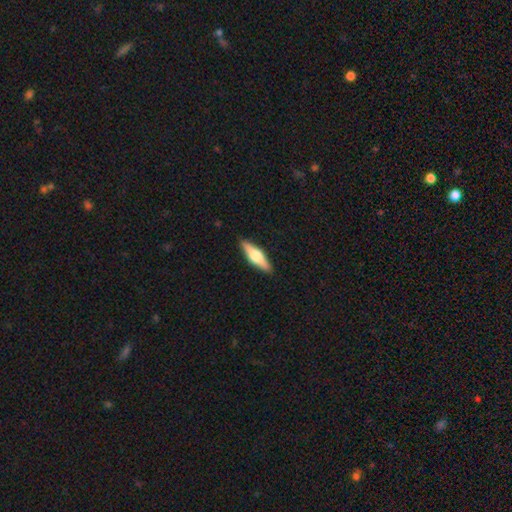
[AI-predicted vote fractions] Overall: featured or disk (48%; smooth 47%). Merging: none (90%).